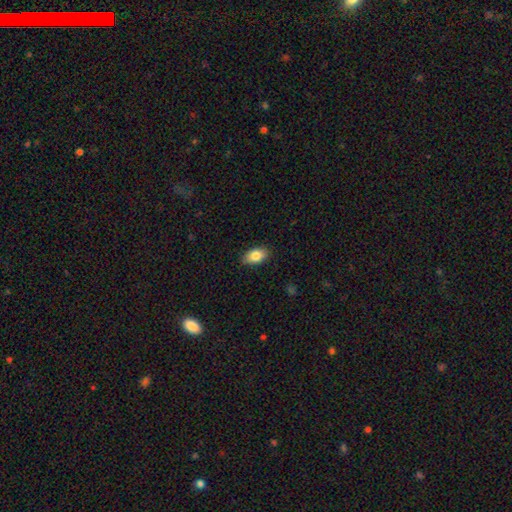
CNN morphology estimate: Smooth or featured? smooth (84%)
How rounded? in between (89%)
Merging? none (86%)